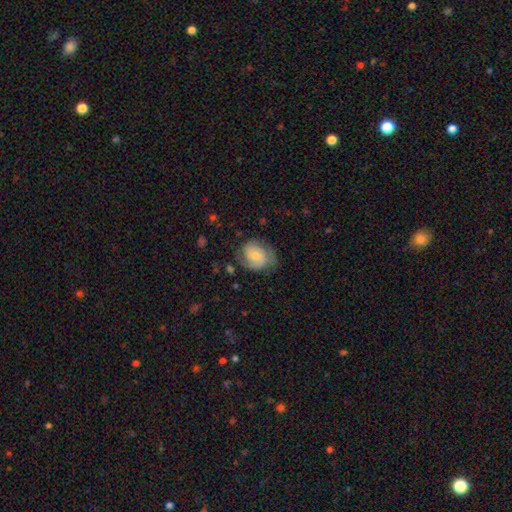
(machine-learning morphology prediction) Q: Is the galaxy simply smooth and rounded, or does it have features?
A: featured or disk — 60%.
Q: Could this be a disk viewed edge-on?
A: no — 97%.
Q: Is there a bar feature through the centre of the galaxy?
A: no — 65%.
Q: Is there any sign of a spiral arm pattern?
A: yes — 88%.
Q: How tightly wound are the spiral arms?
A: tight — 44%.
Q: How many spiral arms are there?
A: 2 — 70%.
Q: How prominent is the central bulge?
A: moderate — 47%.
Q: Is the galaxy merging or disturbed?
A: none — 64%.